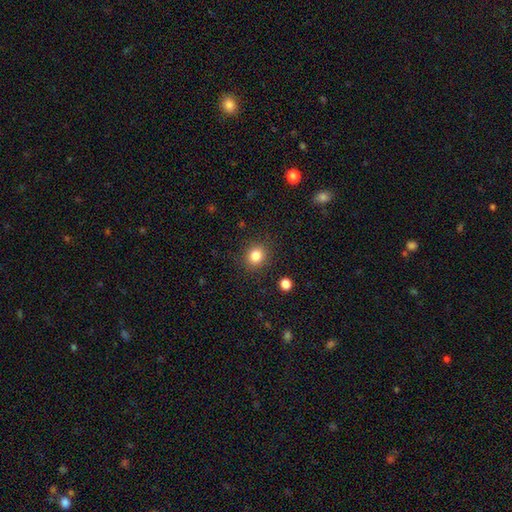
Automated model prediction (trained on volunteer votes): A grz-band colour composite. It shows a smooth galaxy with no disk features (83%) that is round (80%). Merging: none (89%).